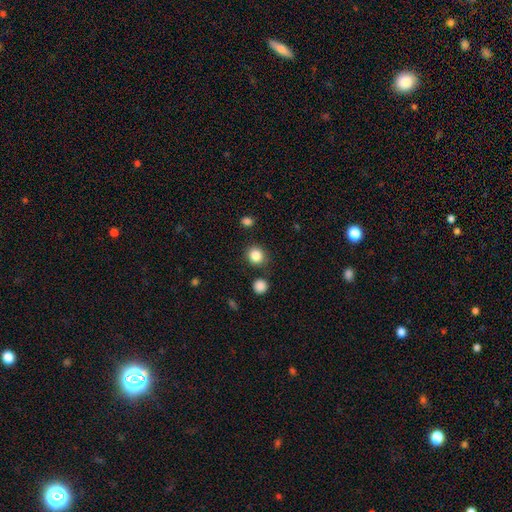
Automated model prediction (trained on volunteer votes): This appears to be a smooth galaxy with no disk features (85%) that is round (83%). Merging: none (84%).